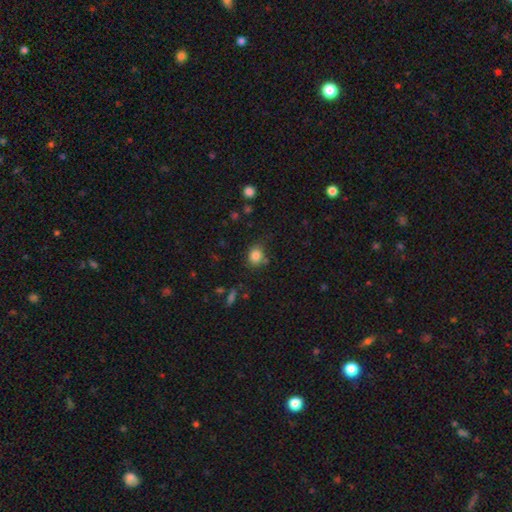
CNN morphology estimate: Smooth or featured?
  - smooth: 83% *
  - star or artifact: 11%
  - featured or disk: 6%
How rounded?
  - round: 64% *
  - in between: 35%
  - cigar-shaped: 1%
Merging?
  - none: 66% *
  - minor disturbance: 21%
  - major disturbance: 6%
  - merger: 6%